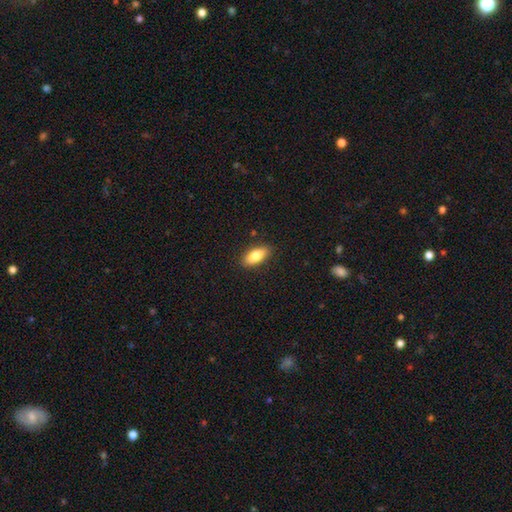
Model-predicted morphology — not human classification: A smooth galaxy with no disk features (80%) that is in between round and cigar-shaped (83%). Merging: none (87%).